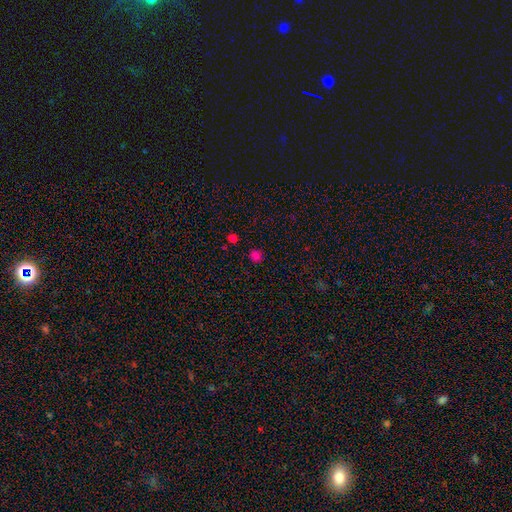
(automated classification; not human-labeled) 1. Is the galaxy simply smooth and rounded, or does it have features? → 78% smooth, 18% star or artifact, 4% featured or disk.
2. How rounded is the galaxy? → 88% round, 11% in between, 1% cigar-shaped.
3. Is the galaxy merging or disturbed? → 88% none, 8% minor disturbance, 2% major disturbance, 2% merger.